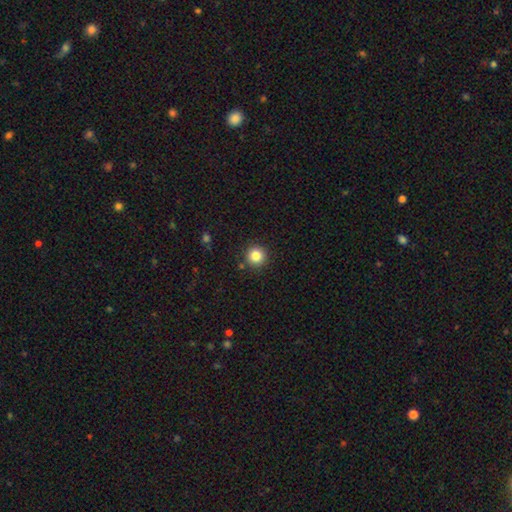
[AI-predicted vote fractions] This appears to be a smooth galaxy with no disk features (84%) that is round (95%). Merging: none (90%).